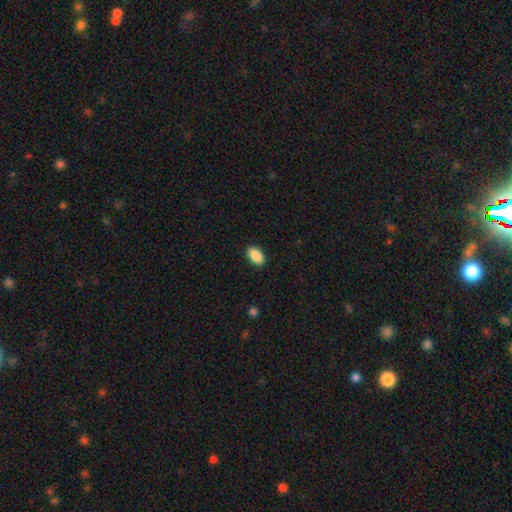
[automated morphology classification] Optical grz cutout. It shows a smooth galaxy with no disk features (90%) that is in between round and cigar-shaped (94%). Merging: none (90%).